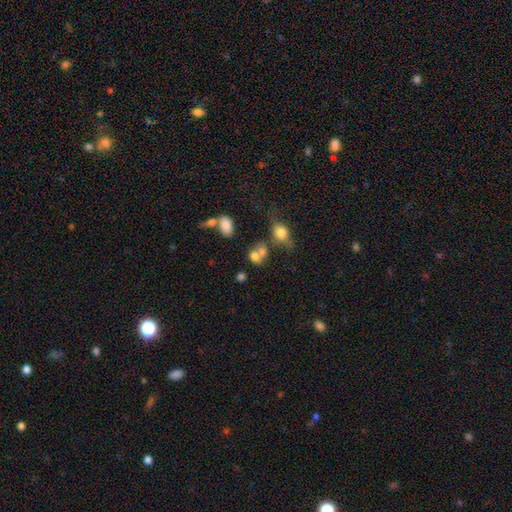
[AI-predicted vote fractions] smooth 72%, featured or disk 14%, star or artifact 14%. Down the decision tree: how rounded — round (51%); merging — merger (46%).